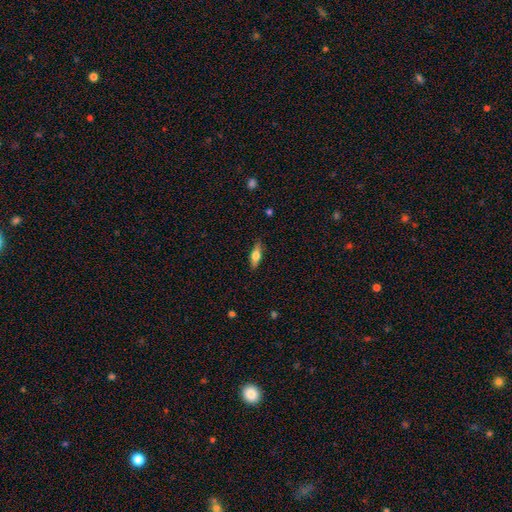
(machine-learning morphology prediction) A smooth galaxy with no disk features (57%) that is in between round and cigar-shaped (55%). Merging: none (87%).